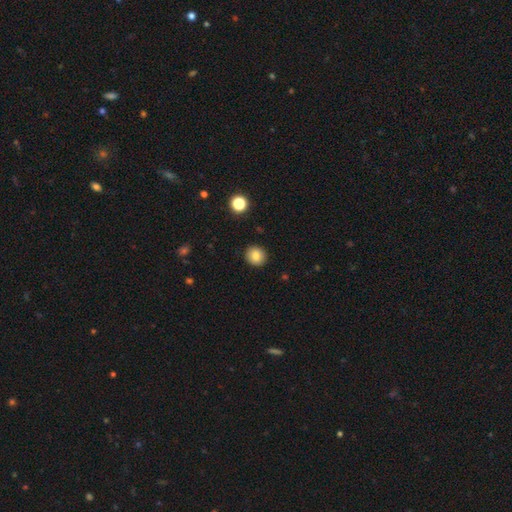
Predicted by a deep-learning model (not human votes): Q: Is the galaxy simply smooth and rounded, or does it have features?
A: smooth — 84%.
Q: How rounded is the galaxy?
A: round — 87%.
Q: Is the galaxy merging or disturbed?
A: none — 91%.